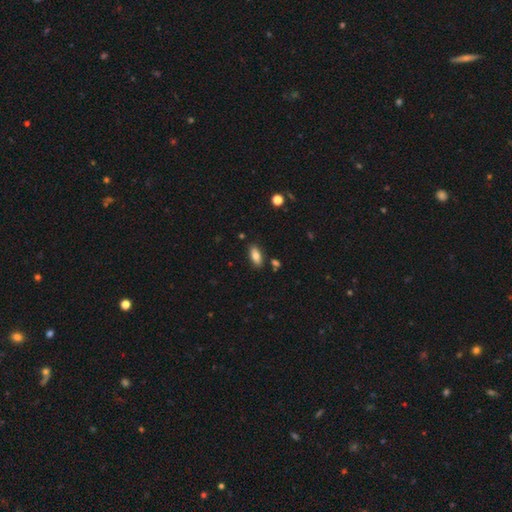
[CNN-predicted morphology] Smooth or featured? Predicted: smooth (p=0.78). How rounded? Predicted: in between (p=0.84). Merging? Predicted: none (p=0.83).